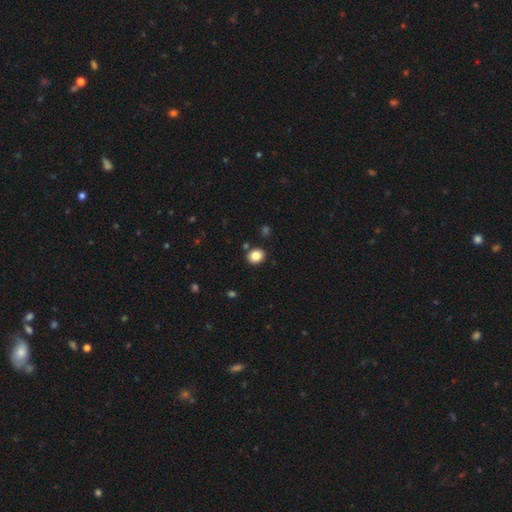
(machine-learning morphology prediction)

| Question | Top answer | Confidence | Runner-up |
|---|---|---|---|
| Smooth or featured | smooth | 86% | star or artifact (9%) |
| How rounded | round | 59% | in between (40%) |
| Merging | none | 87% | minor disturbance (8%) |